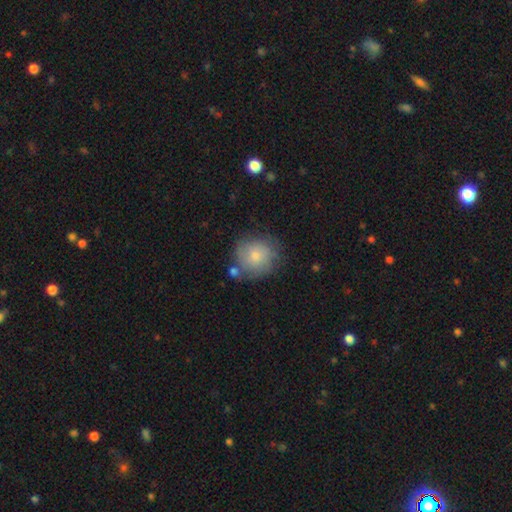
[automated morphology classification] type=smooth (71%); roundness=round (87%); merging=none (65%).